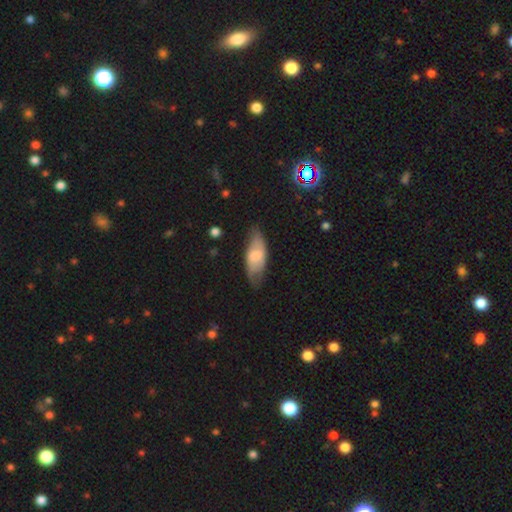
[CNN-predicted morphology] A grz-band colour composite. It shows a smooth galaxy with no disk features (62%) that is in between round and cigar-shaped (79%). Merging: none (68%).